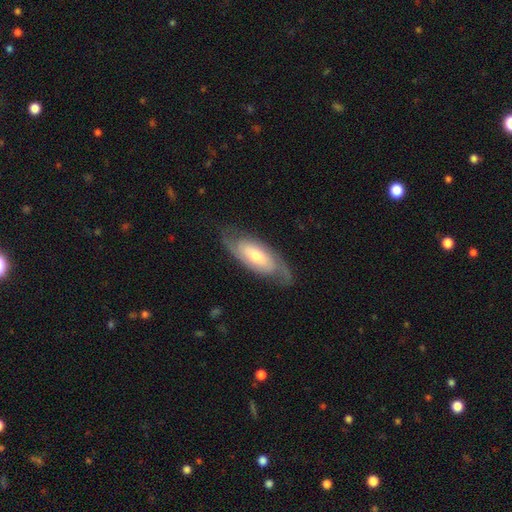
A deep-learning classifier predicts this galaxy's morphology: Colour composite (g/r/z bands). It shows a featured or disk galaxy (74%) with no bar (56%), 2 (80%) medium (42%) spiral arms (91%) and a moderate central bulge (55%). Merging: none (75%).